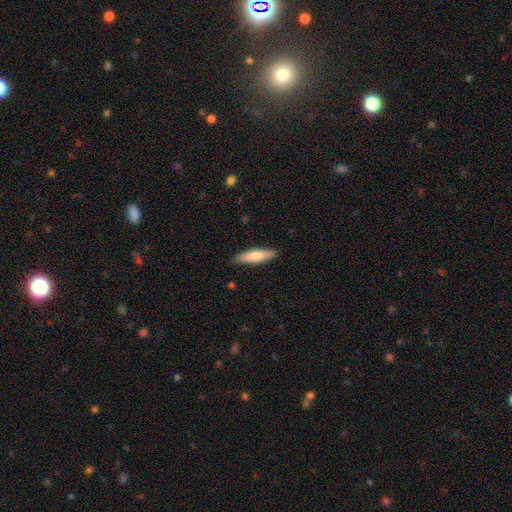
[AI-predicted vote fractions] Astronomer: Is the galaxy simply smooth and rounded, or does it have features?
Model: smooth — 77%.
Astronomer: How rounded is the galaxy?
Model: cigar-shaped — 69%.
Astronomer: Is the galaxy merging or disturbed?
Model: none — 87%.